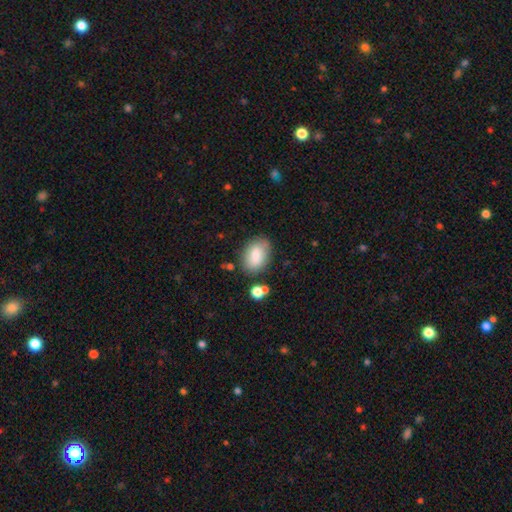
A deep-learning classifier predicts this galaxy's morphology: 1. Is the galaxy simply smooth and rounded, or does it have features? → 82% smooth, 11% featured or disk, 8% star or artifact.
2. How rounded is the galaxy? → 87% in between, 12% round, 1% cigar-shaped.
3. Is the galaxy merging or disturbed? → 76% none, 15% minor disturbance, 5% merger, 4% major disturbance.